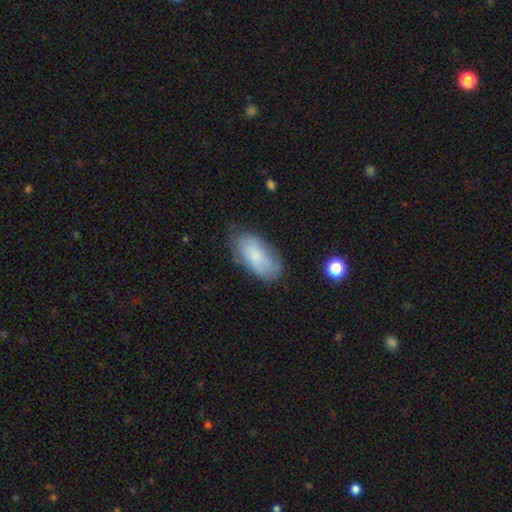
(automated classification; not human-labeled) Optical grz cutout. It shows a smooth galaxy with no disk features (71%) that is in between round and cigar-shaped (93%). Merging: none (68%).